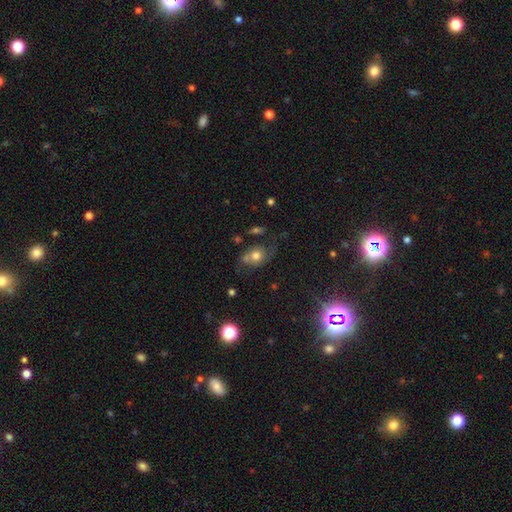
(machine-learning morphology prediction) smooth_or_featured: smooth (p=0.61) [alt: featured or disk p=0.26]
how_rounded: round (p=0.52) [alt: in between p=0.46]
merging: none (p=0.45) [alt: minor disturbance p=0.23]